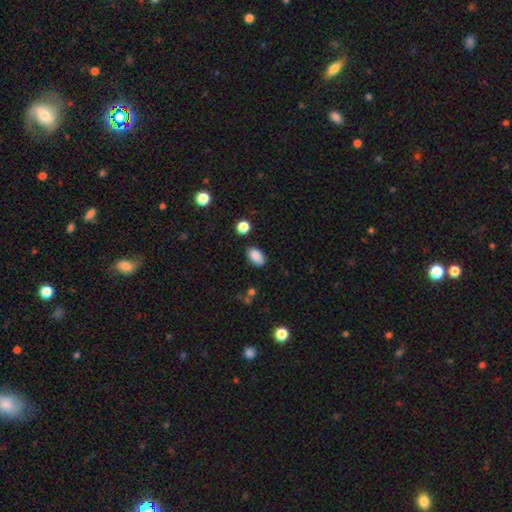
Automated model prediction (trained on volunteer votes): Overall: smooth (88%). How rounded: in between (90%). Merging: none (82%).